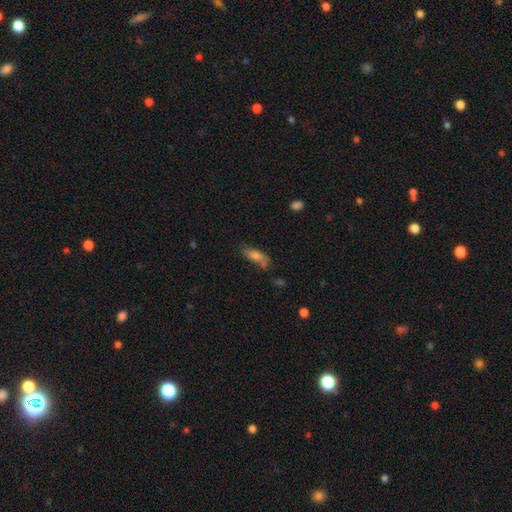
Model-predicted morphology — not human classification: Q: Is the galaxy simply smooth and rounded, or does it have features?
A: smooth — 66%.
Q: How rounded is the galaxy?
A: in between — 65%.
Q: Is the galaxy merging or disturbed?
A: none — 58%.